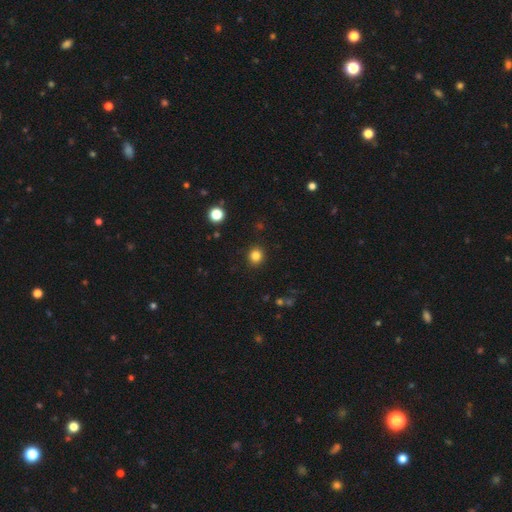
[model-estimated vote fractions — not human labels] The model was most divided on "smooth or featured": smooth: 83%, star or artifact: 12%, featured or disk: 5%. More confident: merging — none (91%); how rounded — round (88%).